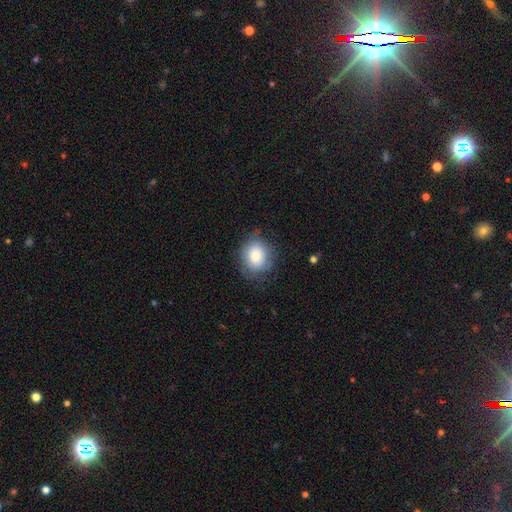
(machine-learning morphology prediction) Smooth or featured: smooth — 76% (featured or disk — 15%)
How rounded: round — 69% (in between — 30%)
Merging: none — 71% (minor disturbance — 20%)